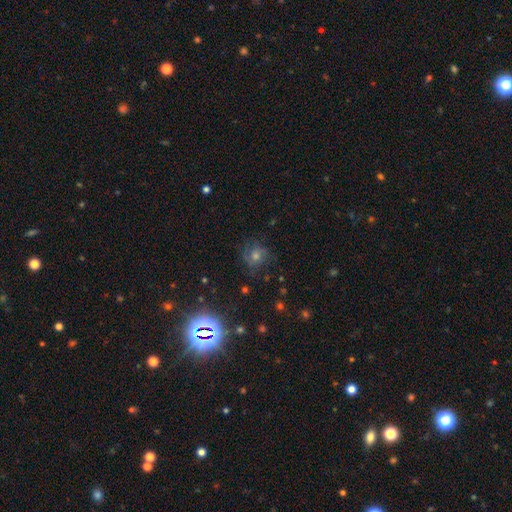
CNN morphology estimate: smooth-or-featured: star or artifact: 37% | featured or disk: 35% | smooth: 28%